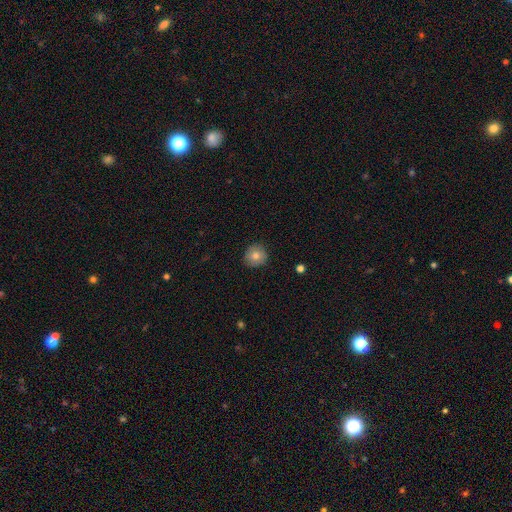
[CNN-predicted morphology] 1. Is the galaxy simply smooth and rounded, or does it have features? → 78% smooth, 13% featured or disk, 9% star or artifact.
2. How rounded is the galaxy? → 90% round, 9% in between, 1% cigar-shaped.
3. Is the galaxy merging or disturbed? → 87% none, 10% minor disturbance, 2% major disturbance, 1% merger.